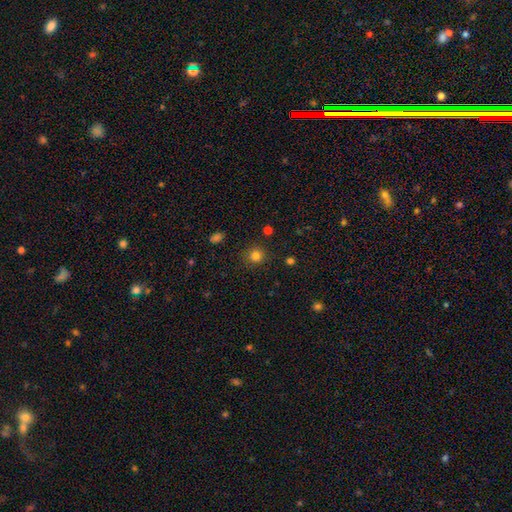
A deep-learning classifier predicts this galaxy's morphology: Smooth or featured? smooth (82%)
How rounded? round (90%)
Merging? none (86%)